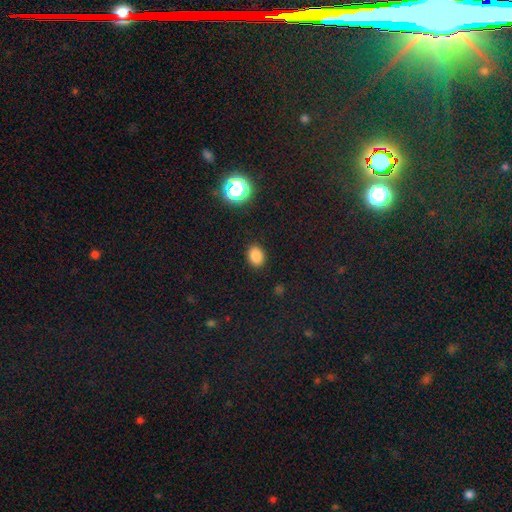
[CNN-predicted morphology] Smooth or featured: smooth — 84% (star or artifact — 12%)
How rounded: in between — 63% (round — 36%)
Merging: none — 88% (minor disturbance — 8%)